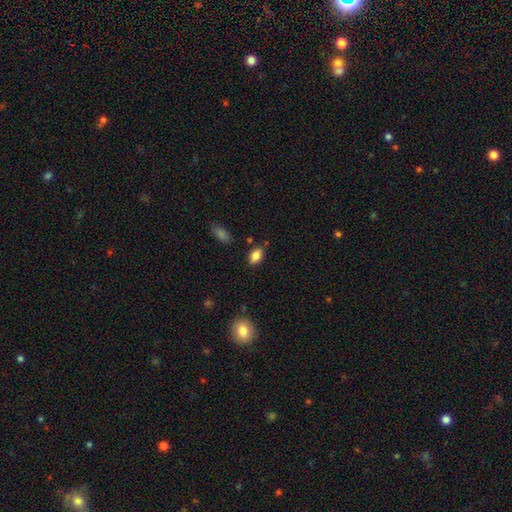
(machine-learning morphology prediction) Smooth or featured? smooth (83%)
How rounded? in between (86%)
Merging? none (80%)